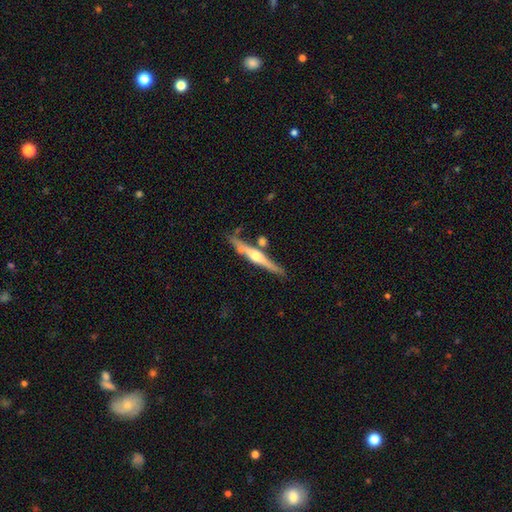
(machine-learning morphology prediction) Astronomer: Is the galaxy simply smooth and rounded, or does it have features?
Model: featured or disk — 74%.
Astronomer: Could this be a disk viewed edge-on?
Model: yes — 97%.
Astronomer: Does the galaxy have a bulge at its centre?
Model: rounded — 89%.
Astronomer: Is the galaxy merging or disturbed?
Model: none — 78%.